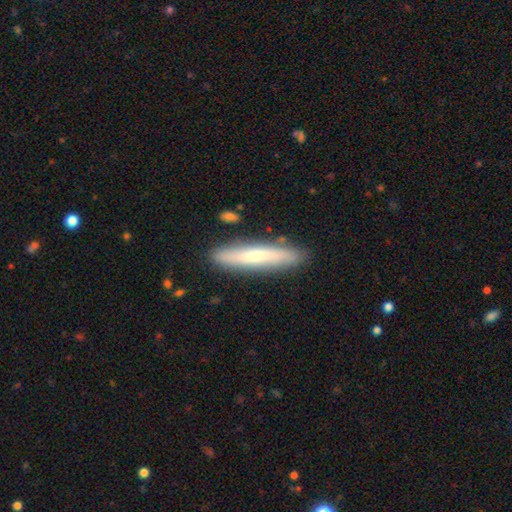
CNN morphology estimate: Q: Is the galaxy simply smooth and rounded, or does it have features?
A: smooth — 60%.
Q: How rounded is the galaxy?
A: cigar-shaped — 88%.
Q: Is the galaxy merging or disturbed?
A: none — 84%.